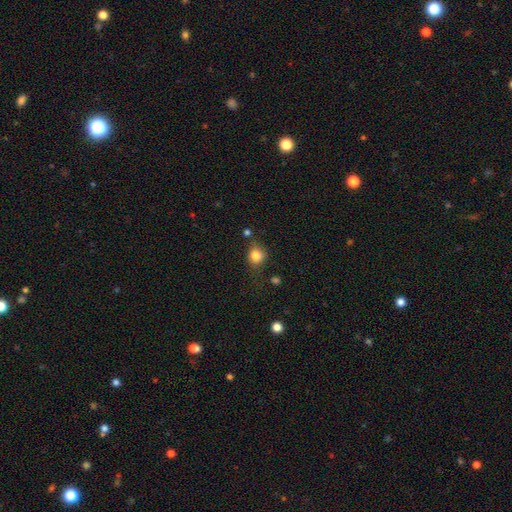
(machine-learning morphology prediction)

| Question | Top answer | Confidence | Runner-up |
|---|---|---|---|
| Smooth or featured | smooth | 82% | star or artifact (11%) |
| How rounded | round | 74% | in between (25%) |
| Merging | none | 63% | minor disturbance (23%) |